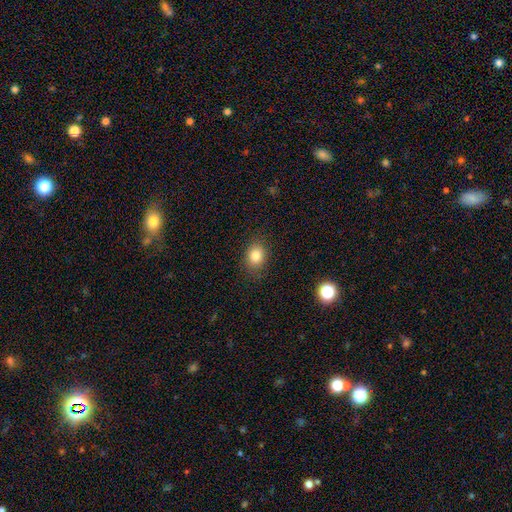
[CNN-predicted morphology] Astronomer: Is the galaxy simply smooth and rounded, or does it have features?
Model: smooth — 82%.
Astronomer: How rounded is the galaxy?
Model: in between — 52% (runner-up: round, 47%).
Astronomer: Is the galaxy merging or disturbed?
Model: none — 85%.